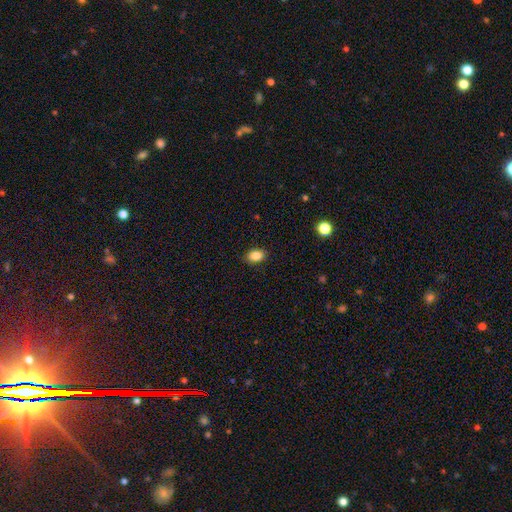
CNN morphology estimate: This appears to be a smooth galaxy with no disk features (87%) that is in between round and cigar-shaped (80%). Merging: none (88%).